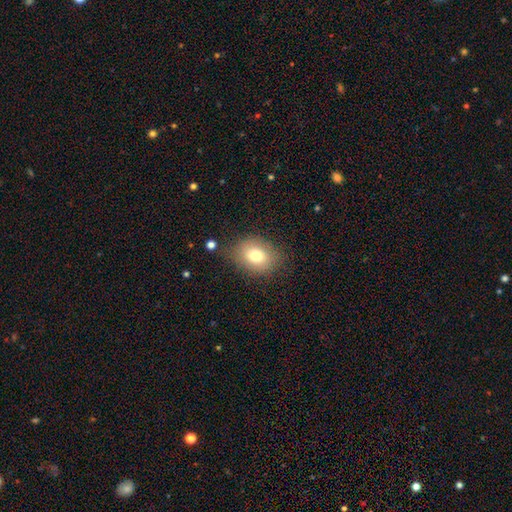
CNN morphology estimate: Smooth or featured?
  - smooth: 77% *
  - featured or disk: 13%
  - star or artifact: 10%
How rounded?
  - in between: 62% *
  - round: 37%
  - cigar-shaped: 1%
Merging?
  - none: 77% *
  - minor disturbance: 15%
  - major disturbance: 5%
  - merger: 2%